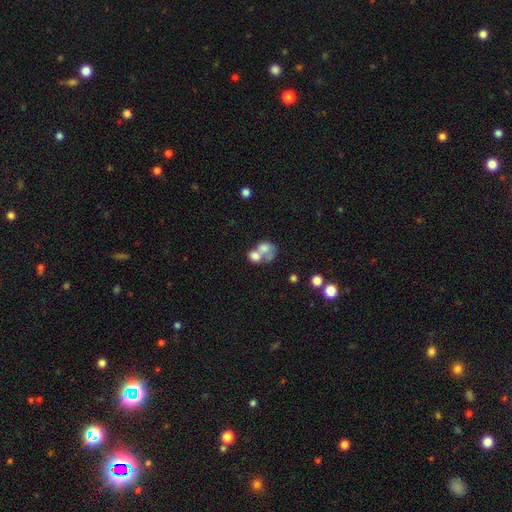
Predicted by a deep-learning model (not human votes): Smooth or featured? smooth (67%)
How rounded? in between (55%)
Merging? merger (72%)